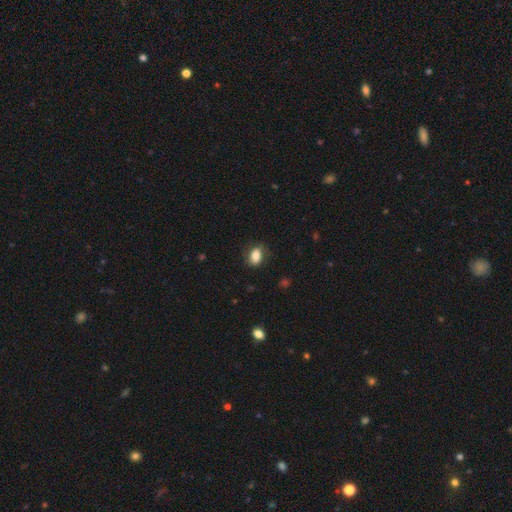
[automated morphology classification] The model was most divided on "merging": none: 79%, minor disturbance: 15%, major disturbance: 4%, merger: 1%. More confident: how rounded — in between (83%); smooth or featured — smooth (82%).